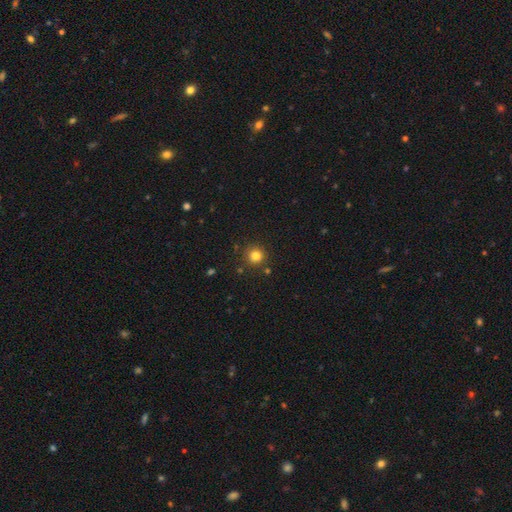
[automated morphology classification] Q: Smooth or featured?
A: smooth (81%); runner-up: star or artifact (14%)
Q: How rounded?
A: round (93%); runner-up: in between (6%)
Q: Merging?
A: none (87%); runner-up: minor disturbance (7%)